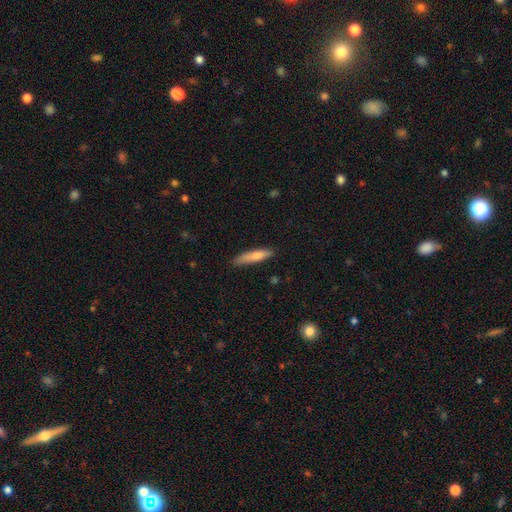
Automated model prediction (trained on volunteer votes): smooth_or_featured: smooth (p=0.78) [alt: featured or disk p=0.17]
how_rounded: cigar-shaped (p=0.83) [alt: in between p=0.15]
merging: none (p=0.81) [alt: minor disturbance p=0.15]